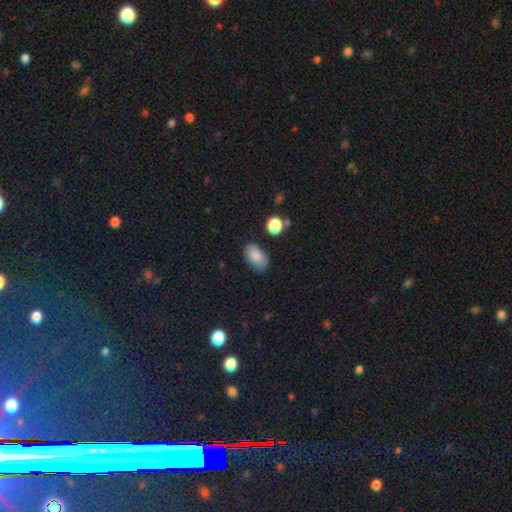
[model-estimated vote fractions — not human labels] The model was most divided on "merging": none: 75%, minor disturbance: 18%, major disturbance: 4%, merger: 3%. More confident: how rounded — in between (91%); smooth or featured — smooth (85%).